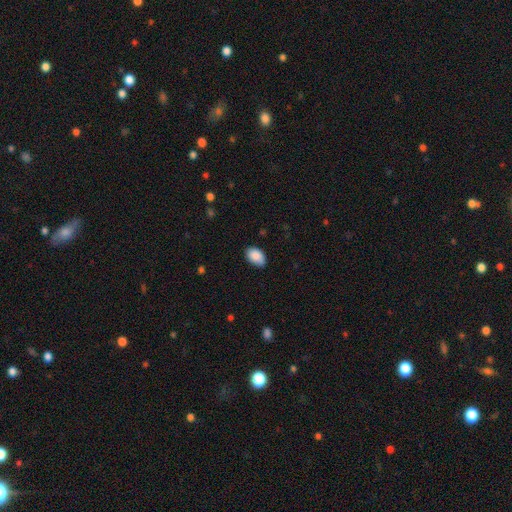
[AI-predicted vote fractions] Smooth or featured?
  - smooth: 89% *
  - star or artifact: 7%
  - featured or disk: 5%
How rounded?
  - in between: 89% *
  - round: 10%
  - cigar-shaped: 1%
Merging?
  - none: 73% *
  - minor disturbance: 23%
  - major disturbance: 3%
  - merger: 1%